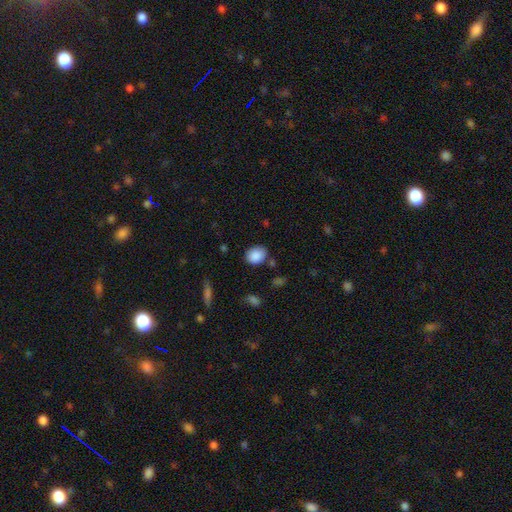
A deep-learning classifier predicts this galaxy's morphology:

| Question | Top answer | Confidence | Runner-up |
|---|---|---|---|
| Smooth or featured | smooth | 88% | star or artifact (8%) |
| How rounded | in between | 52% | round (47%) |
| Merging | none | 80% | minor disturbance (13%) |